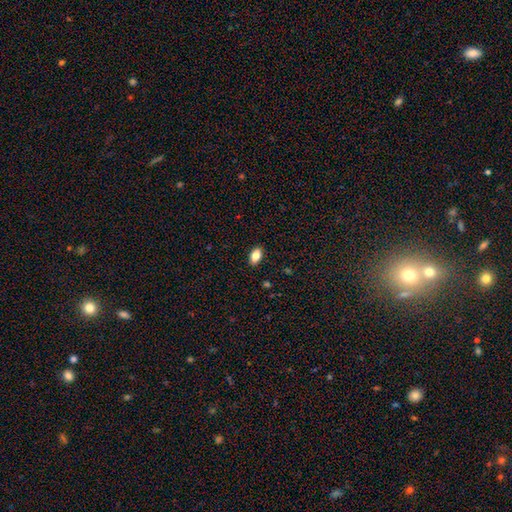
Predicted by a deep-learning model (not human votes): Smooth or featured: smooth — 83% (featured or disk — 9%)
How rounded: in between — 90% (round — 8%)
Merging: none — 89% (minor disturbance — 8%)